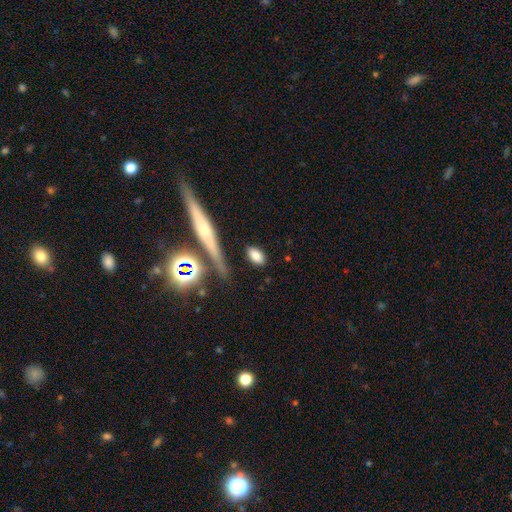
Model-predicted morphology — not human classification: Q: Smooth or featured?
A: smooth (80%); runner-up: featured or disk (12%)
Q: How rounded?
A: in between (85%); runner-up: cigar-shaped (8%)
Q: Merging?
A: none (81%); runner-up: minor disturbance (11%)